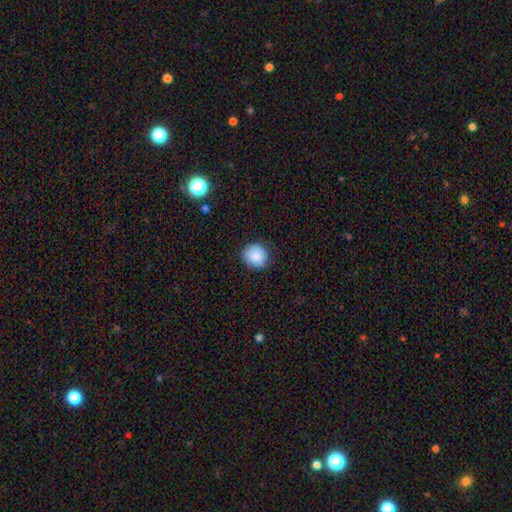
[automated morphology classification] A smooth galaxy with no disk features (86%) that is round (83%). Merging: none (85%).